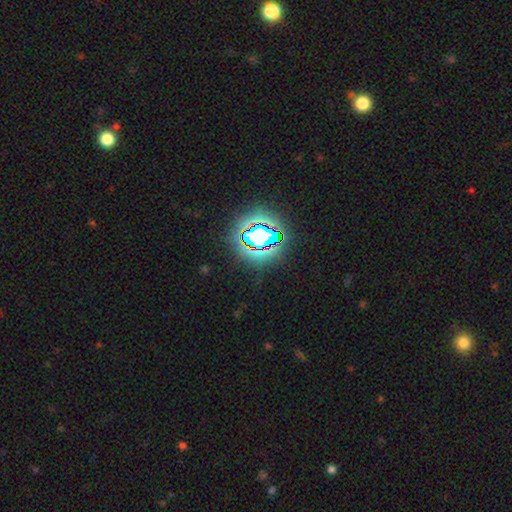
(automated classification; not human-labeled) A star or artifact, not a galaxy (78%).